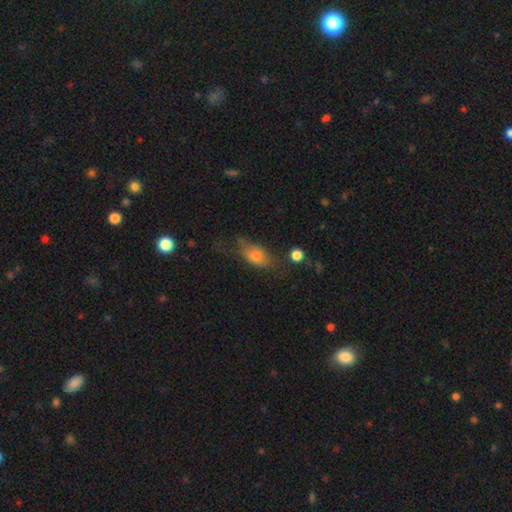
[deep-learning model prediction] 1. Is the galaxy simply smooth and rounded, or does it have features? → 64% smooth, 24% featured or disk, 12% star or artifact.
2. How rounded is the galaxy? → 77% in between, 12% cigar-shaped, 11% round.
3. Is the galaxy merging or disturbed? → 40% none, 29% minor disturbance, 26% major disturbance, 4% merger.